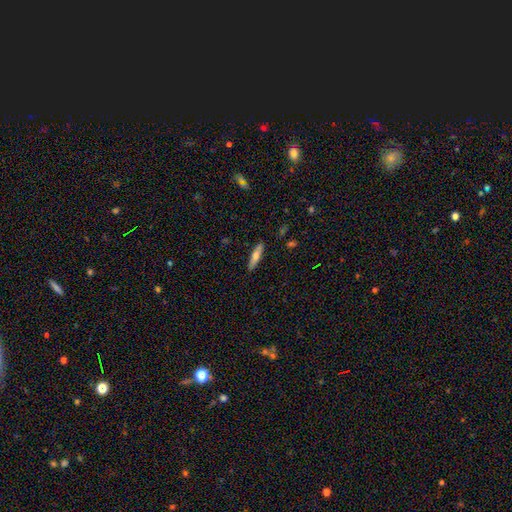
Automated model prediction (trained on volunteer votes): Overall: smooth (61%; featured or disk 33%). How rounded: cigar-shaped (76%). Merging: none (88%).